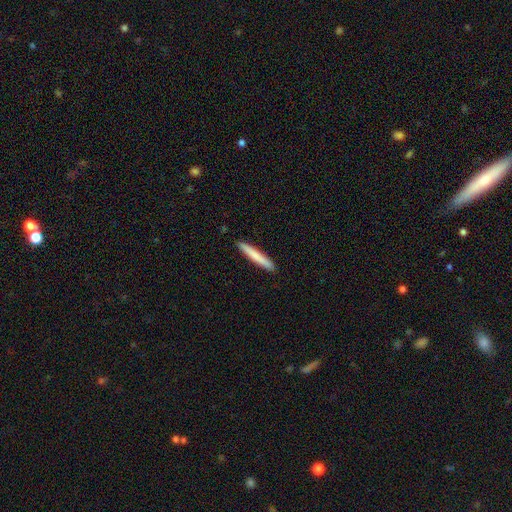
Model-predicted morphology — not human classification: Smooth or featured? smooth (76%)
How rounded? cigar-shaped (96%)
Merging? none (92%)